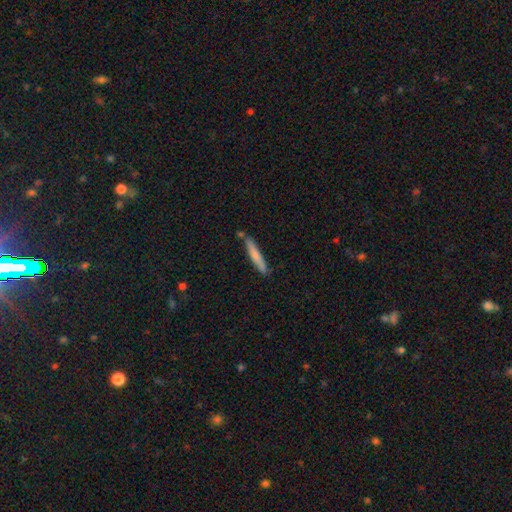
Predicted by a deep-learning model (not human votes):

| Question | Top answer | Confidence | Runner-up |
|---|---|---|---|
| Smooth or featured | smooth | 71% | featured or disk (24%) |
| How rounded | cigar-shaped | 95% | in between (4%) |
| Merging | none | 80% | minor disturbance (12%) |